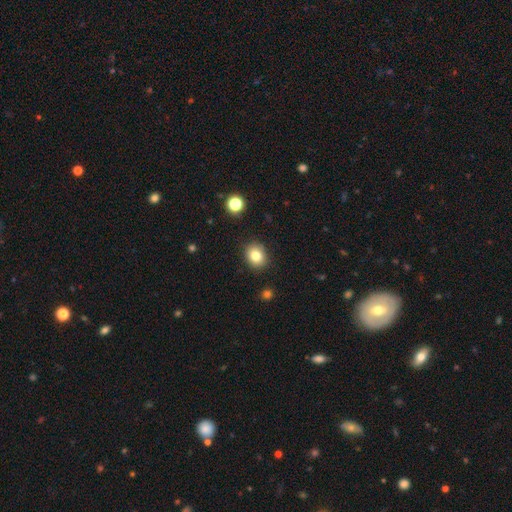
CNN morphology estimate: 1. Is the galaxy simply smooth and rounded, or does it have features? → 82% smooth, 11% star or artifact, 8% featured or disk.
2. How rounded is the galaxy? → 59% round, 40% in between, 1% cigar-shaped.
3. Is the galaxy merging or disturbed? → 88% none, 9% minor disturbance, 2% major disturbance, 2% merger.